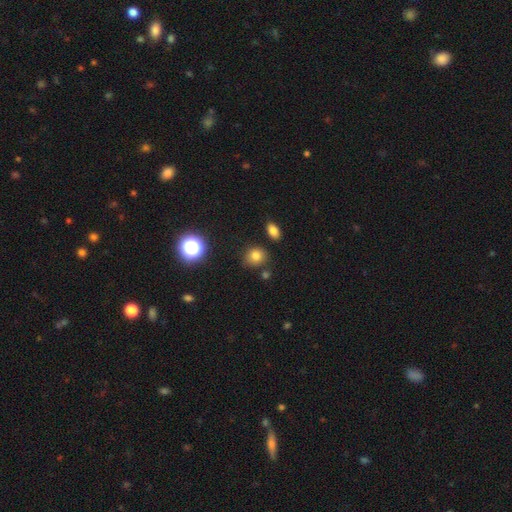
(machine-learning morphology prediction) smooth_or_featured: smooth (p=0.78) [alt: star or artifact p=0.15]
how_rounded: round (p=0.71) [alt: in between p=0.28]
merging: none (p=0.77) [alt: minor disturbance p=0.15]